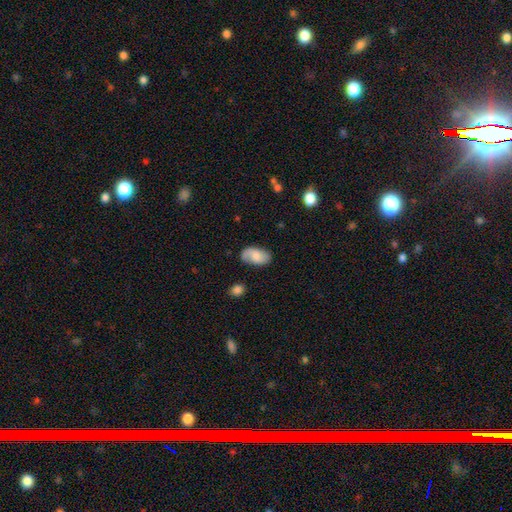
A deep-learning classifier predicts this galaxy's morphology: smooth_or_featured: smooth (p=0.55) [alt: featured or disk p=0.37]
how_rounded: in between (p=0.92) [alt: round p=0.06]
merging: none (p=0.71) [alt: minor disturbance p=0.21]